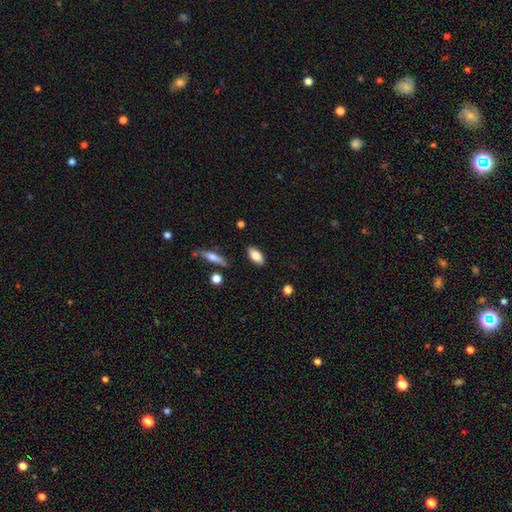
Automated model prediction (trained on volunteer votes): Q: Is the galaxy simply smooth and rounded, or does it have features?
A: smooth — 80%.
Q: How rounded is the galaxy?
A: in between — 88%.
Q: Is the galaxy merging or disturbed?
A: none — 86%.